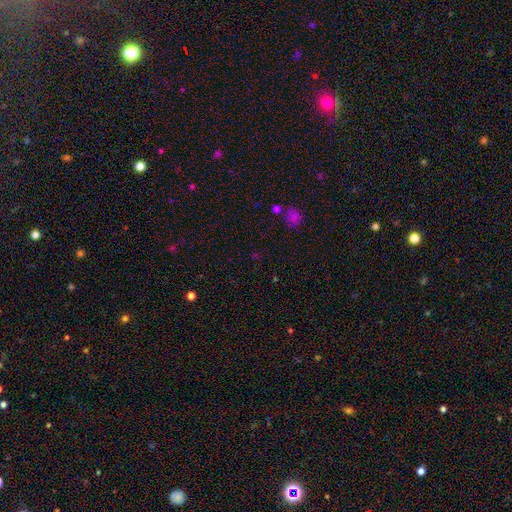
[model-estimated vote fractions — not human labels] Morphology: type=star or artifact (53%).